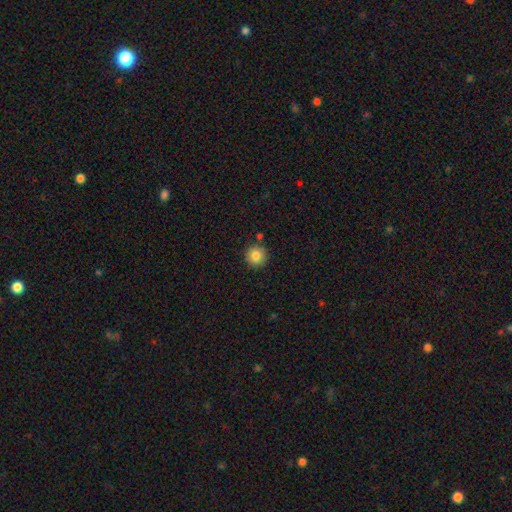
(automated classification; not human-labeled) Smooth or featured? smooth (83%)
How rounded? round (95%)
Merging? none (88%)